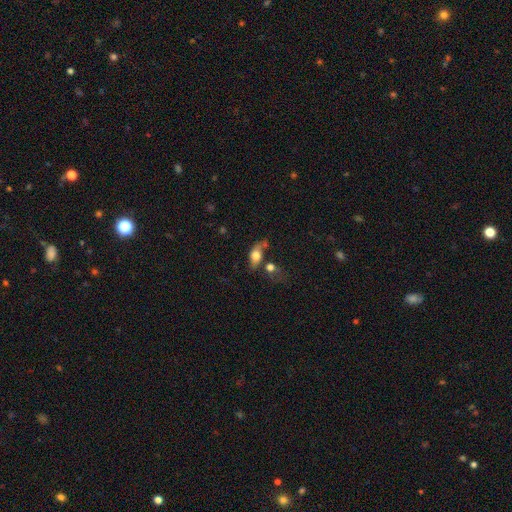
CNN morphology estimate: smooth-or-featured: smooth: 64% | featured or disk: 28% | star or artifact: 9%
  how-rounded: in between: 75% | round: 15% | cigar-shaped: 9%
  merging: none: 39% | merger: 24% | minor disturbance: 21% | major disturbance: 16%